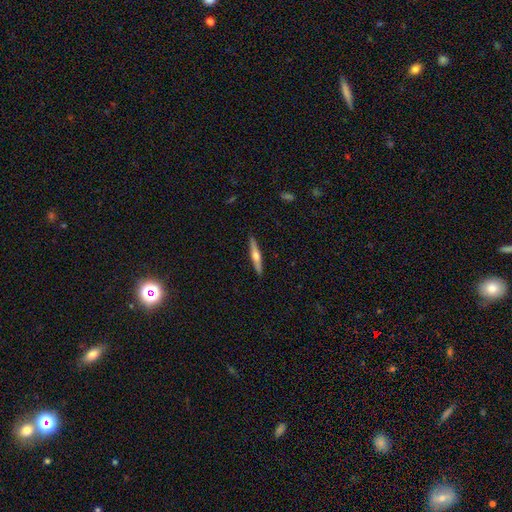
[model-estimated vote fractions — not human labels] smooth_or_featured: featured or disk (p=0.62) [alt: smooth p=0.33]
disk_edge_on: yes (p=0.97) [alt: no p=0.03]
edge_on_bulge: rounded (p=0.89) [alt: boxy p=0.06]
merging: none (p=0.91) [alt: minor disturbance p=0.07]